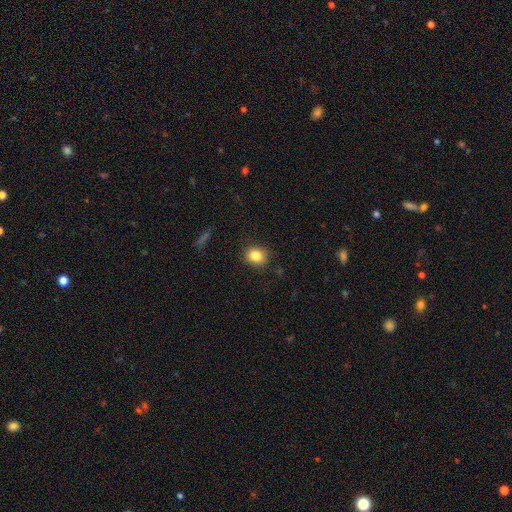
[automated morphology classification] smooth-or-featured: smooth: 83% | star or artifact: 10% | featured or disk: 6%
  how-rounded: round: 72% | in between: 27% | cigar-shaped: 1%
  merging: none: 86% | minor disturbance: 10% | major disturbance: 3% | merger: 1%